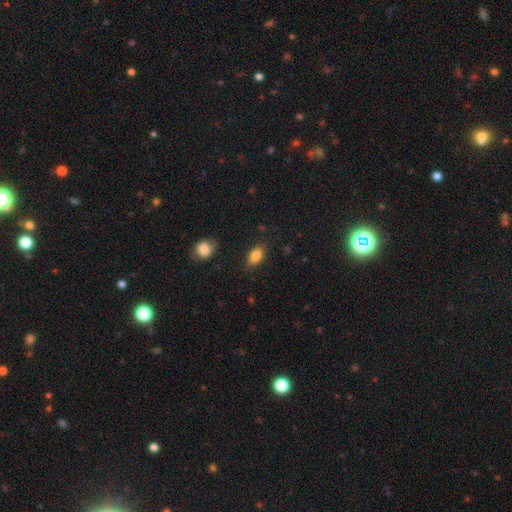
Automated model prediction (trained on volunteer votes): Smooth or featured?
  - smooth: 84% *
  - star or artifact: 8%
  - featured or disk: 8%
How rounded?
  - in between: 88% *
  - round: 7%
  - cigar-shaped: 5%
Merging?
  - none: 81% *
  - minor disturbance: 14%
  - major disturbance: 3%
  - merger: 2%